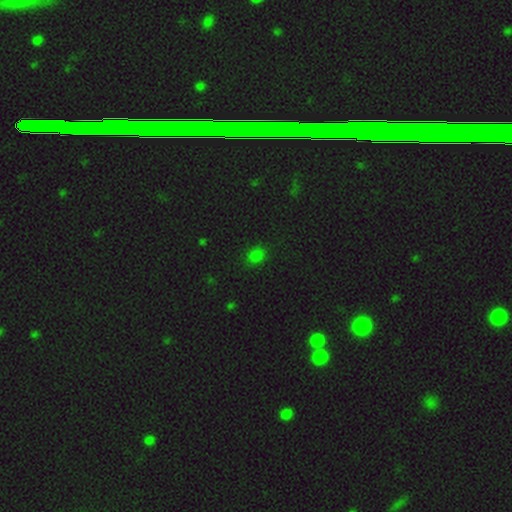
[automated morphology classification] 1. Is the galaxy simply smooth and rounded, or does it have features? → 75% smooth, 21% star or artifact, 4% featured or disk.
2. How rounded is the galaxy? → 50% in between, 49% round, 2% cigar-shaped.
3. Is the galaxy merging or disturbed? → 85% none, 11% minor disturbance, 3% major disturbance, 1% merger.